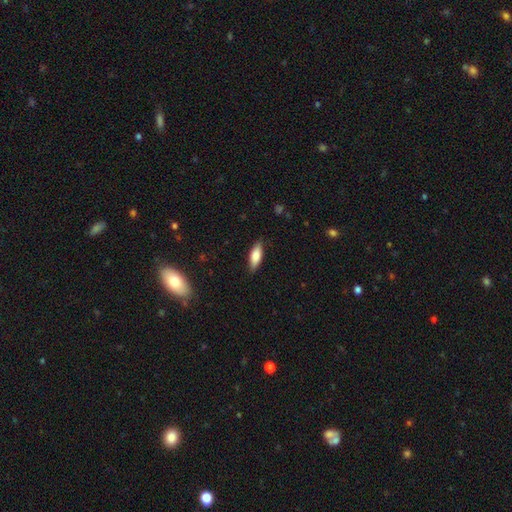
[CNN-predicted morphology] This is likely a smooth galaxy (79%). How rounded: likely in between (68%). Merging: clearly none (86%).